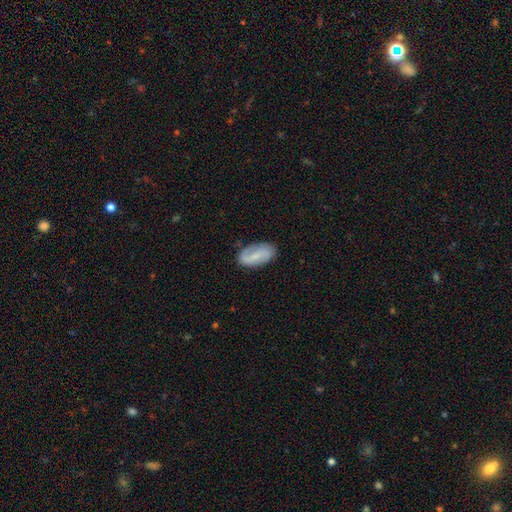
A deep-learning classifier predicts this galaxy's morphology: Smooth or featured?
  - featured or disk: 55% *
  - smooth: 38%
  - star or artifact: 7%
Edge-on disk?
  - no: 95% *
  - yes: 5%
Bar?
  - weak: 47% *
  - no: 29%
  - strong: 24%
Spiral arms?
  - yes: 83% *
  - no: 17%
Bulge size?
  - small: 57% *
  - moderate: 20%
  - none: 20%
  - large: 2%
  - dominant: 1%
Merging?
  - none: 78% *
  - minor disturbance: 16%
  - major disturbance: 4%
  - merger: 1%